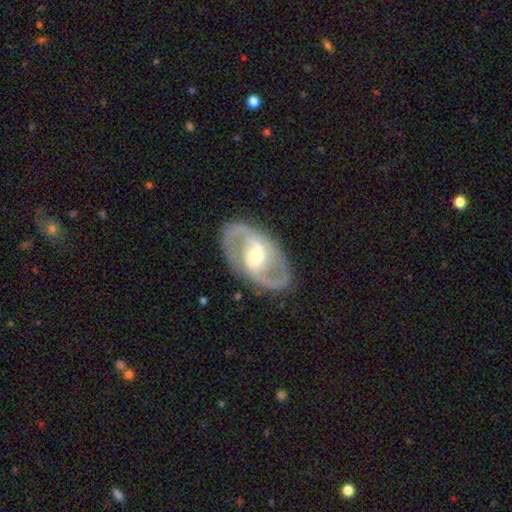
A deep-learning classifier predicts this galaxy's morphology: The model was most divided on "bar": weak: 44%, strong: 35%, no: 21%. More confident: edge-on disk — no (96%); spiral arm count — 2 (91%); spiral arms — yes (90%); smooth or featured — featured or disk (86%); merging — none (86%); bulge size — moderate (59%); spiral winding — medium (53%).